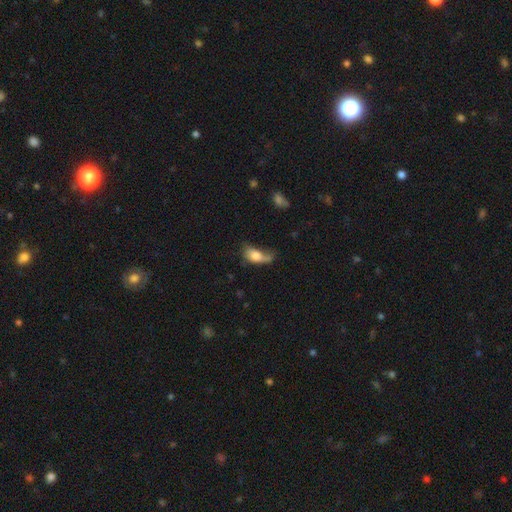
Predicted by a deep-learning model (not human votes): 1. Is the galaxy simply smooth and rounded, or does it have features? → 72% smooth, 19% featured or disk, 9% star or artifact.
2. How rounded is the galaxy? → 82% in between, 10% round, 7% cigar-shaped.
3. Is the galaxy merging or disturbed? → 37% major disturbance, 26% minor disturbance, 23% none, 14% merger.